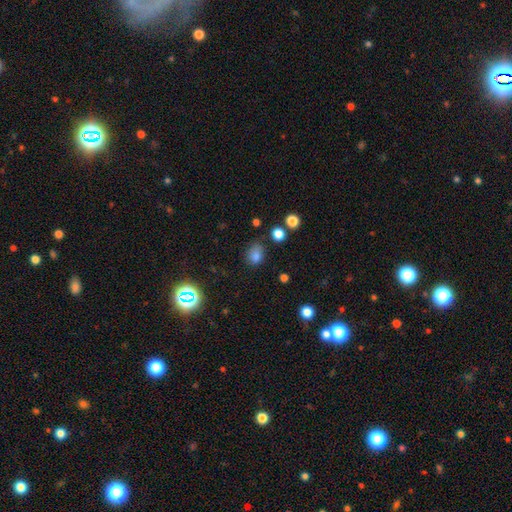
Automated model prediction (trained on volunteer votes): Smooth or featured: smooth — 77% (star or artifact — 16%)
How rounded: in between — 61% (round — 38%)
Merging: none — 61% (minor disturbance — 27%)